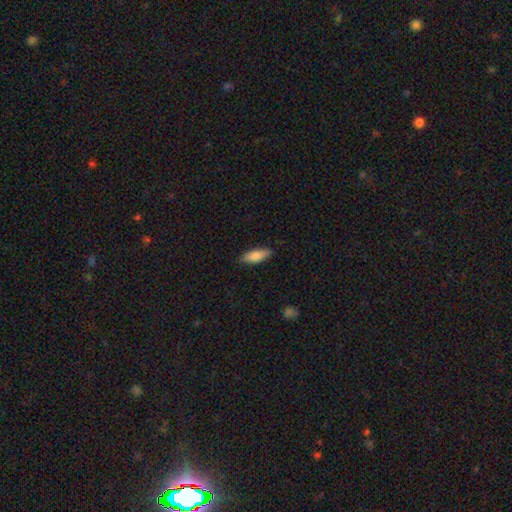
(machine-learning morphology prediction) Overall: smooth (79%). How rounded: in between (66%; cigar-shaped 32%). Merging: none (86%).